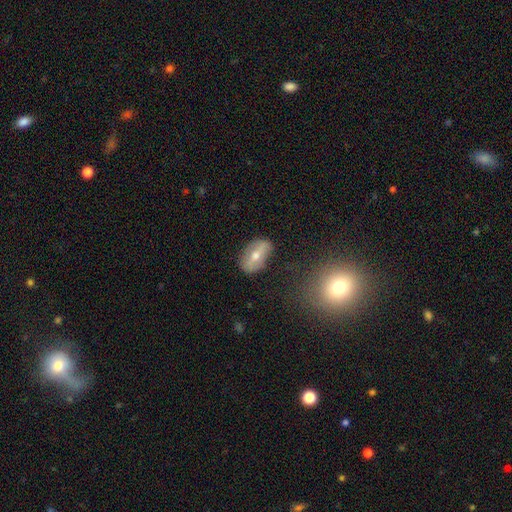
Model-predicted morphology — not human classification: smooth-or-featured: featured or disk: 51% | smooth: 40% | star or artifact: 9%
  disk-edge-on: no: 82% | yes: 18%
  merging: none: 79% | minor disturbance: 14% | major disturbance: 5% | merger: 3%